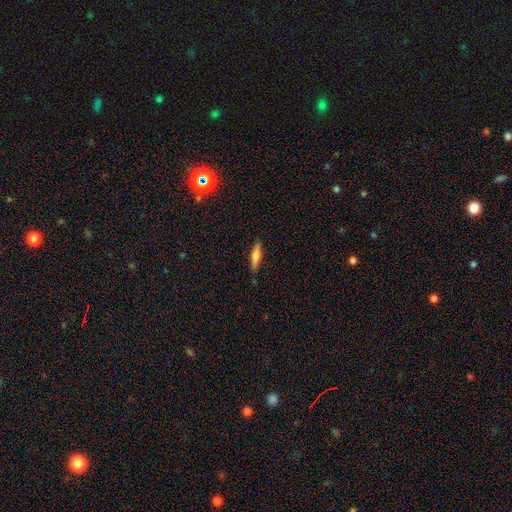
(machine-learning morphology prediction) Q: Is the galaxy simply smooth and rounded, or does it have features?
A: smooth — 56%.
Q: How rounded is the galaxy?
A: cigar-shaped — 81%.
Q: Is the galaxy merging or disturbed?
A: none — 87%.